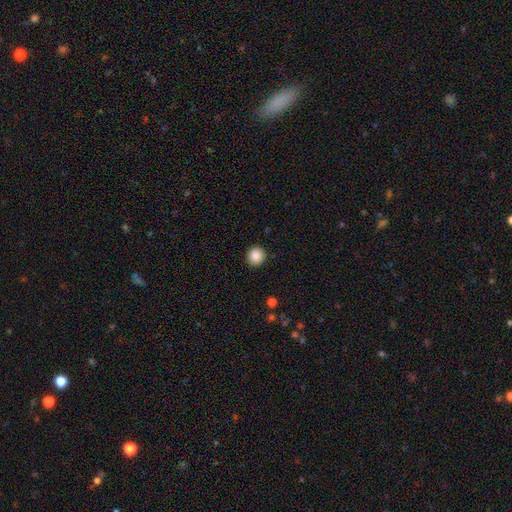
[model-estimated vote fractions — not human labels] Smooth or featured? Predicted: smooth (p=0.87). How rounded? Predicted: round (p=0.92). Merging? Predicted: none (p=0.91).